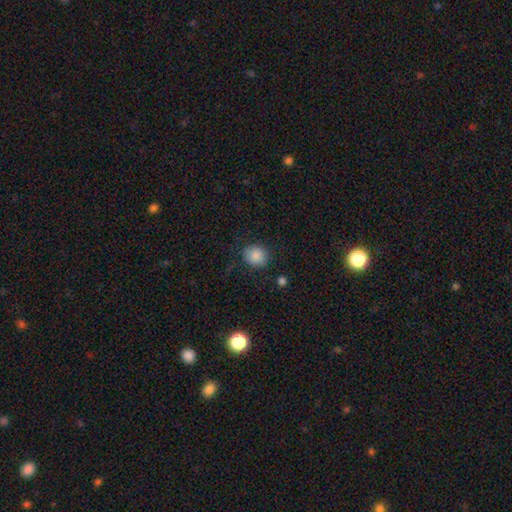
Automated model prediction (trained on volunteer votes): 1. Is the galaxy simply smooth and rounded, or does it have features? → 87% smooth, 9% star or artifact, 4% featured or disk.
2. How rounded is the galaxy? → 79% round, 20% in between, 1% cigar-shaped.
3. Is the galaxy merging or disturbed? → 84% none, 11% minor disturbance, 3% major disturbance, 2% merger.